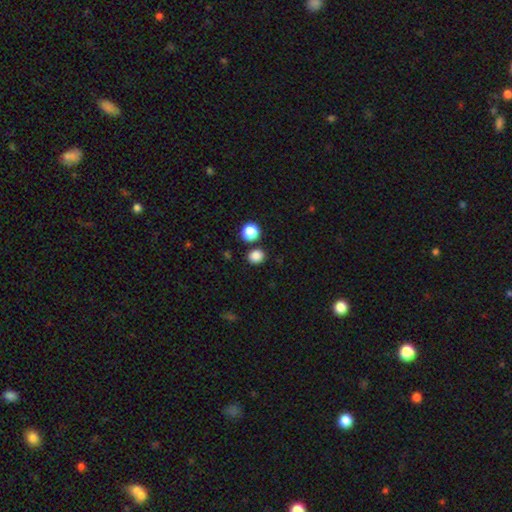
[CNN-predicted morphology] type=smooth (85%); roundness=round (80%); merging=none (81%).